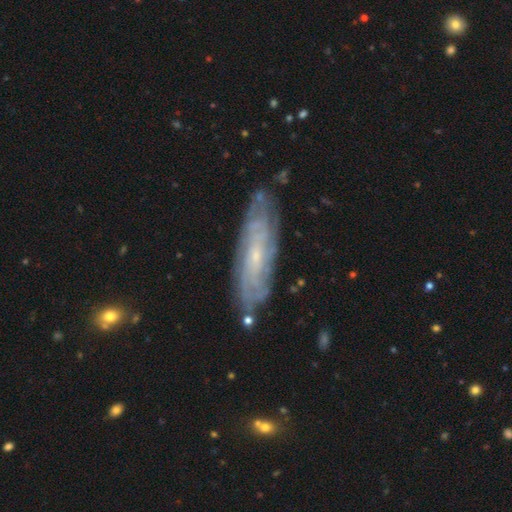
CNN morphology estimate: A featured or disk galaxy (75%) with no bar (62%), tight (74%) spiral arms (89%) and a small central bulge (76%).

Vote fractions:
- Smooth or featured? featured or disk: 75% / smooth: 18% / star or artifact: 7%
- Edge-on disk? no: 77% / yes: 23%
- Bar? no: 62% / weak: 31% / strong: 7%
- Spiral arms? yes: 89% / no: 11%
- Spiral winding? tight: 74% / medium: 20% / loose: 6%
- Spiral arm count? can't tell: 62% / 2: 10% / 4: 10% / more than 4: 7% / 3: 7% / 1: 4%
- Bulge size? small: 76% / moderate: 18% / none: 4% / large: 1% / dominant: 1%
- Merging? none: 82% / minor disturbance: 13% / major disturbance: 3% / merger: 2%